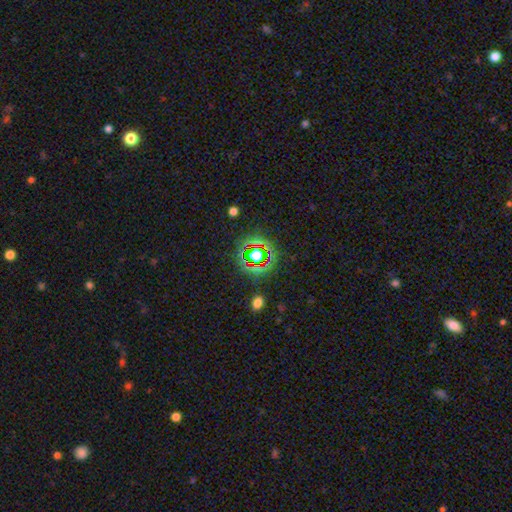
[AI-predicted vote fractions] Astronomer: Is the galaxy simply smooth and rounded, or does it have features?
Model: star or artifact — 66%.